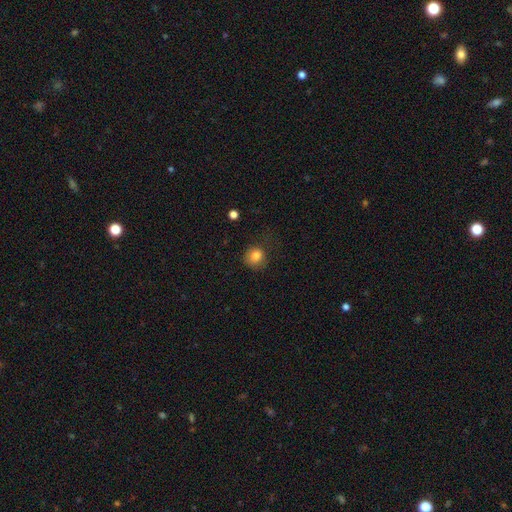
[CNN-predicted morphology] type=smooth (82%); roundness=round (82%); merging=none (70%).